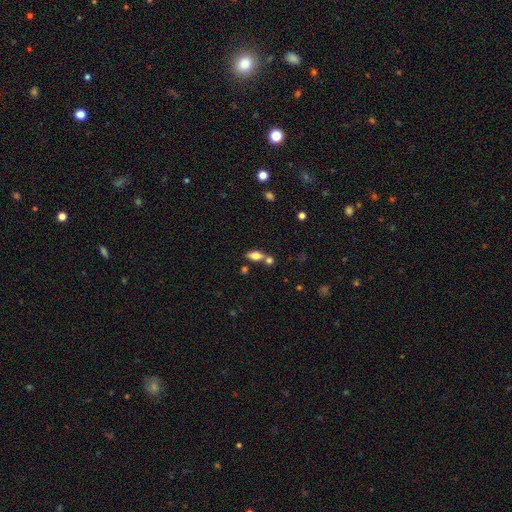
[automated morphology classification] This appears to be a smooth galaxy with no disk features (69%) that is in between round and cigar-shaped (79%). Merging: none (52%).